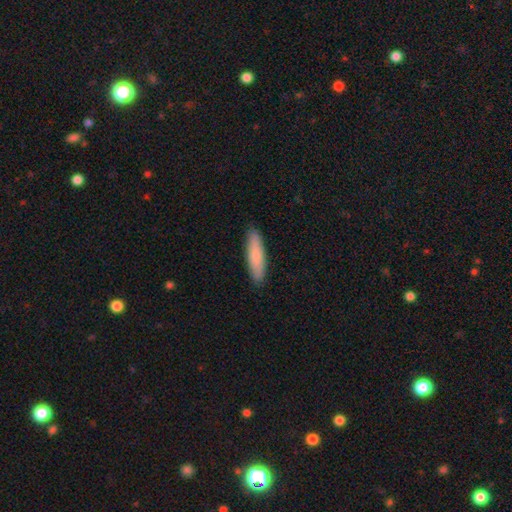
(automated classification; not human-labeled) A smooth galaxy with no disk features (82%) that is cigar-shaped (76%).

Vote fractions:
- Smooth or featured? smooth: 82% / featured or disk: 13% / star or artifact: 5%
- How rounded? cigar-shaped: 76% / in between: 23% / round: 1%
- Merging? none: 90% / minor disturbance: 8% / major disturbance: 1% / merger: 1%